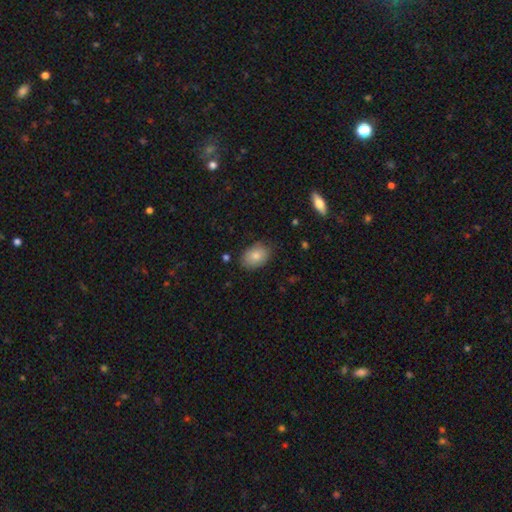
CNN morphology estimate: Smooth or featured? Predicted: smooth (p=0.81). How rounded? Predicted: in between (p=0.82). Merging? Predicted: none (p=0.79).